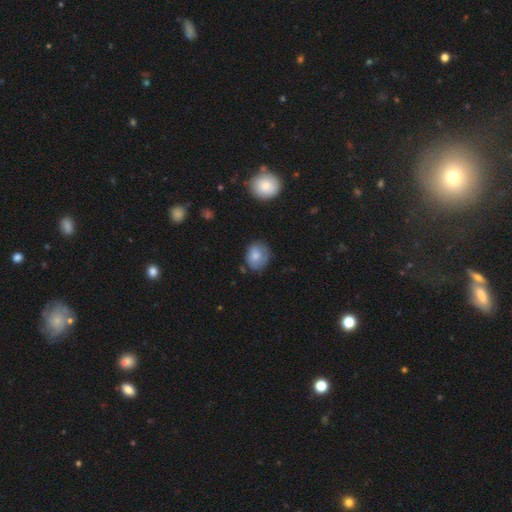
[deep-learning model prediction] A smooth galaxy with no disk features (78%) that is round (61%).

Vote fractions:
- Smooth or featured? smooth: 78% / featured or disk: 14% / star or artifact: 8%
- How rounded? round: 61% / in between: 38% / cigar-shaped: 1%
- Merging? none: 68% / minor disturbance: 25% / major disturbance: 6% / merger: 2%